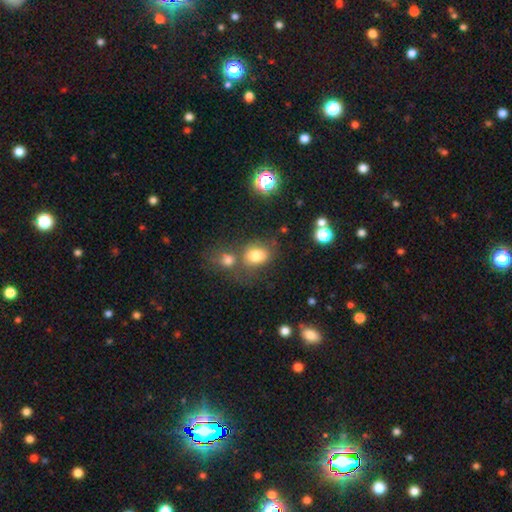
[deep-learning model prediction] Smooth or featured?
  - smooth: 77% *
  - star or artifact: 13%
  - featured or disk: 10%
How rounded?
  - in between: 50% *
  - round: 48%
  - cigar-shaped: 1%
Merging?
  - none: 51% *
  - merger: 29%
  - minor disturbance: 14%
  - major disturbance: 7%